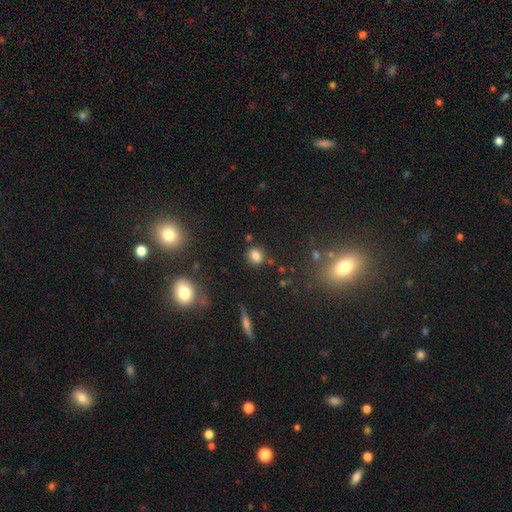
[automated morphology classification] smooth-or-featured: smooth: 79% | star or artifact: 14% | featured or disk: 7%
  how-rounded: round: 69% | in between: 29% | cigar-shaped: 2%
  merging: none: 82% | minor disturbance: 10% | merger: 5% | major disturbance: 3%